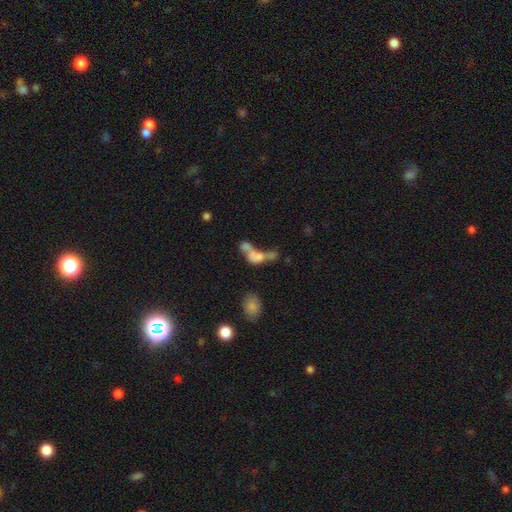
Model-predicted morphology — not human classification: A smooth galaxy with no disk features (54%) that is in between round and cigar-shaped (72%). Merging: merger (65%).